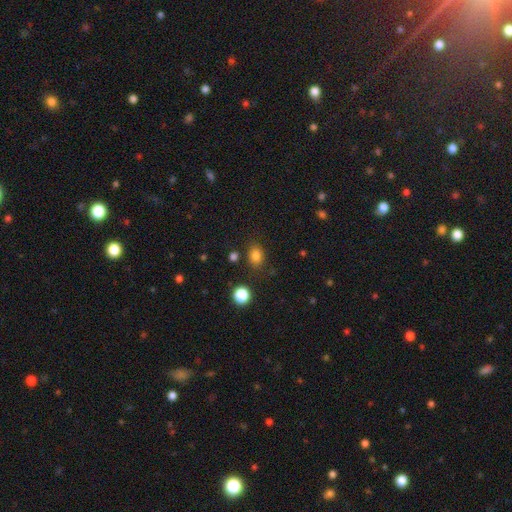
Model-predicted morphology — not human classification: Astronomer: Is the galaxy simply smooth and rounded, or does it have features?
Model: smooth — 82%.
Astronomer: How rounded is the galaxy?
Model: in between — 58% (runner-up: round, 41%).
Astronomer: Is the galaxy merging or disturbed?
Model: none — 79%.